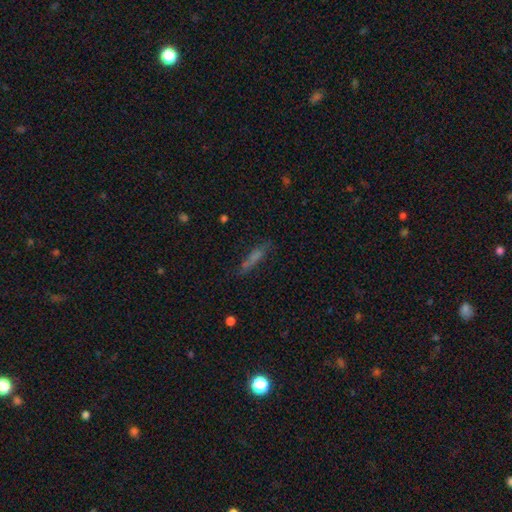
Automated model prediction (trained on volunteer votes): Smooth or featured? smooth (54%)
How rounded? cigar-shaped (86%)
Merging? none (73%)